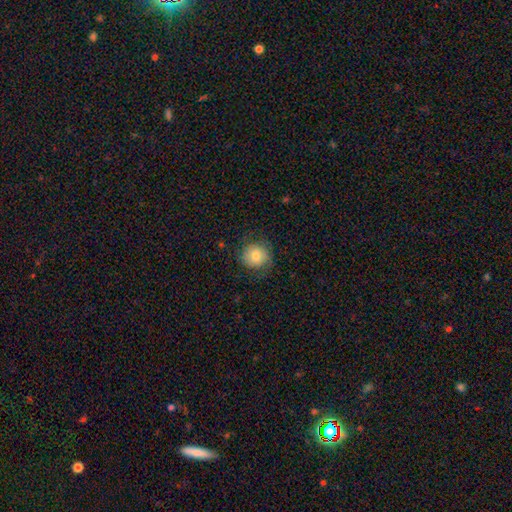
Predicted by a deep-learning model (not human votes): A smooth galaxy with no disk features (73%) that is round (89%).

Vote fractions:
- Smooth or featured? smooth: 73% / featured or disk: 19% / star or artifact: 8%
- How rounded? round: 89% / in between: 10% / cigar-shaped: 1%
- Merging? none: 75% / minor disturbance: 17% / major disturbance: 8% / merger: 1%